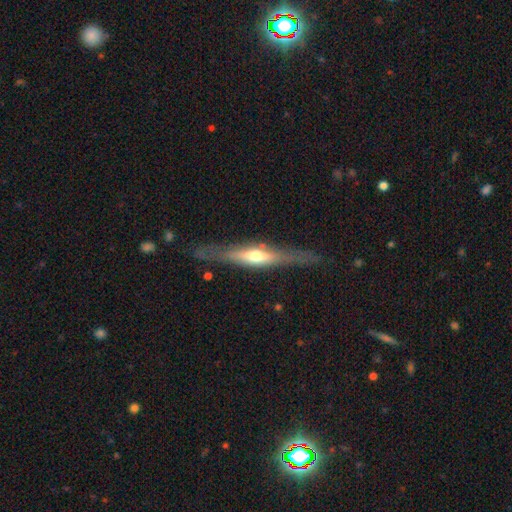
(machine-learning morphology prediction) Smooth or featured? Predicted: featured or disk (p=0.68). Edge-on disk? Predicted: yes (p=0.92). Edge-on bulge? Predicted: rounded (p=0.81). Merging? Predicted: none (p=0.77).